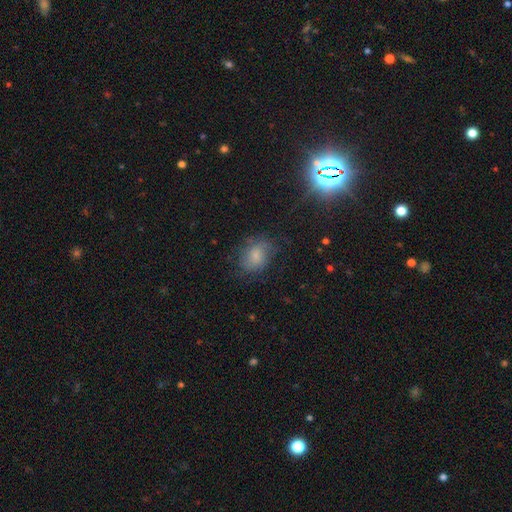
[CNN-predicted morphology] type=smooth (68%); roundness=in between (55%); merging=none (64%).